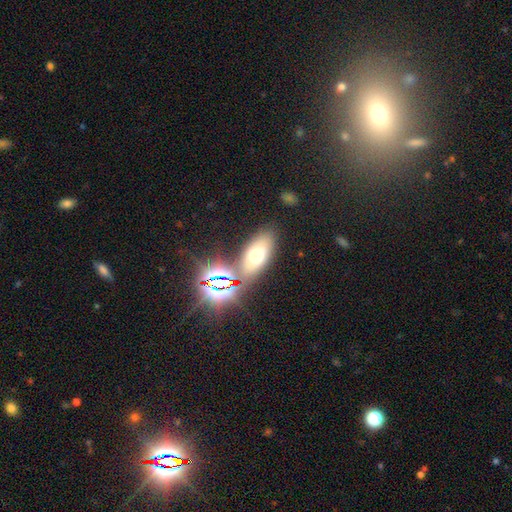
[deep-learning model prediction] The model was most divided on "smooth or featured": smooth: 60%, featured or disk: 21%, star or artifact: 19%. More confident: how rounded — in between (80%); merging — none (79%).